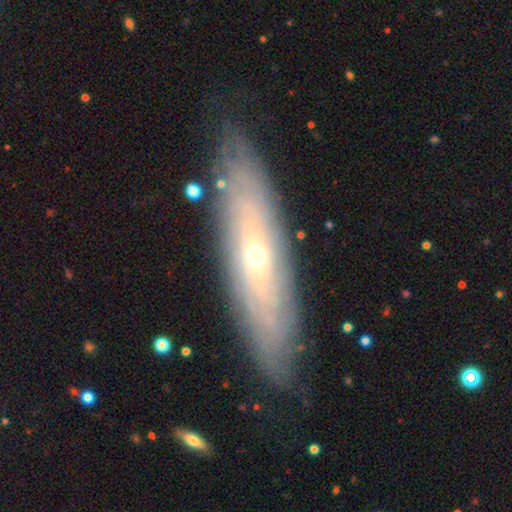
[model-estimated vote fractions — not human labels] This is likely a featured or disk galaxy (72%). It is likely not viewed edge-on (64%). Merging: clearly none (84%).